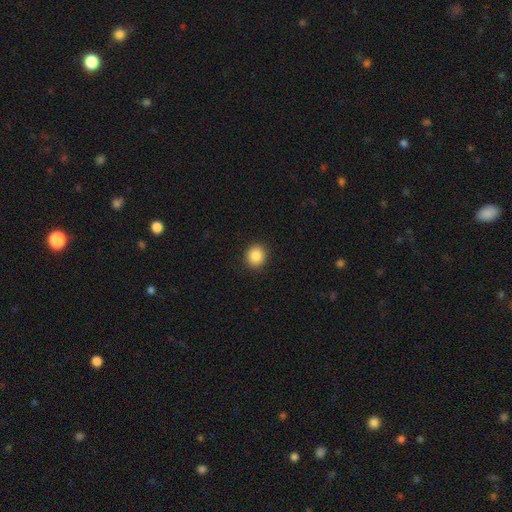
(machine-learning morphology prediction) A smooth galaxy with no disk features (87%) that is round (85%). Merging: none (92%).